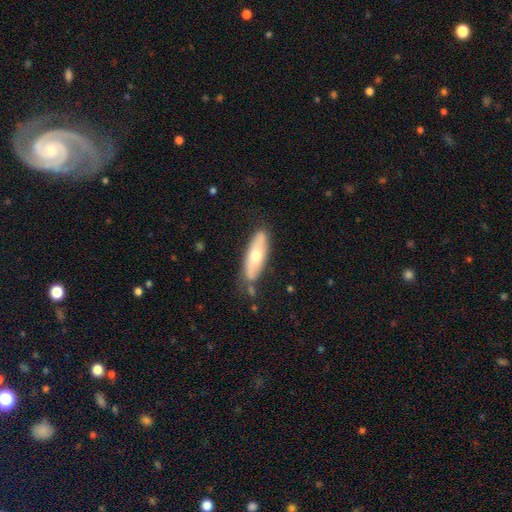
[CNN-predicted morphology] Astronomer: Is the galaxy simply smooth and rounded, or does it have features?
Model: smooth — 53% (runner-up: featured or disk, 41%).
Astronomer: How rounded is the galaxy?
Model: in between — 55% (runner-up: cigar-shaped, 43%).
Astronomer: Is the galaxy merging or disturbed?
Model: none — 73%.